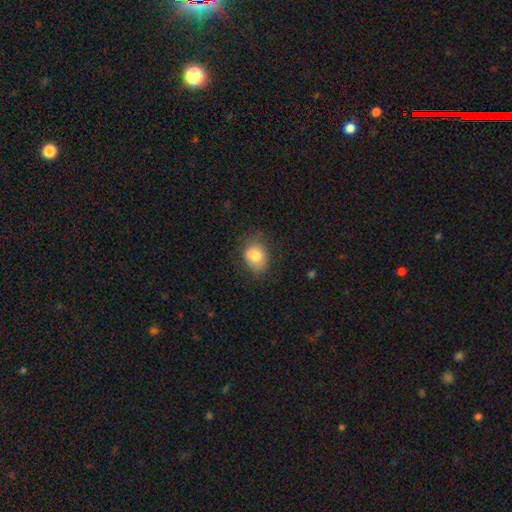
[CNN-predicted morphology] A smooth galaxy with no disk features (78%) that is in between round and cigar-shaped (60%). Merging: none (64%).